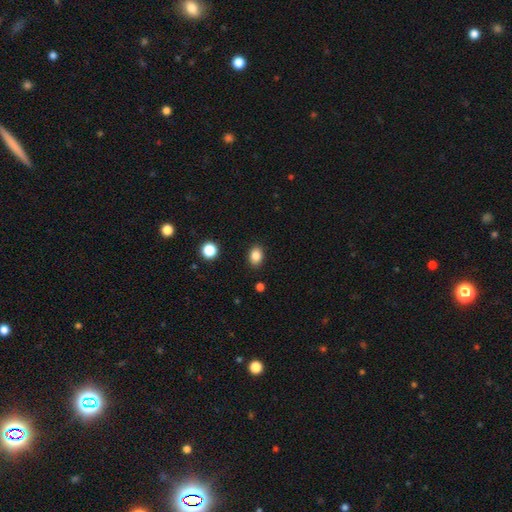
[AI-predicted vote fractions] The model was most divided on "how rounded": in between: 74%, round: 25%, cigar-shaped: 1%. More confident: merging — none (88%); smooth or featured — smooth (85%).